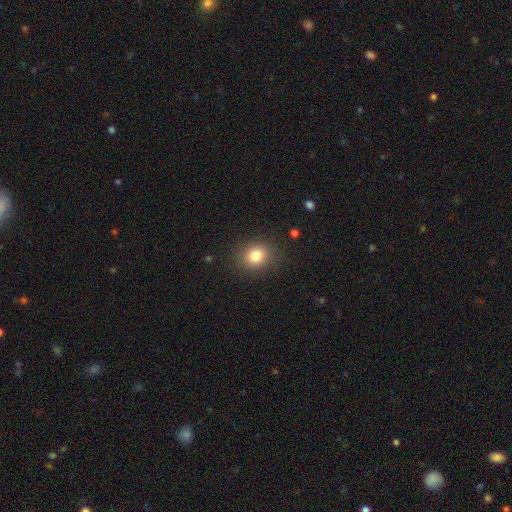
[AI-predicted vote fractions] Smooth or featured? smooth (82%)
How rounded? round (75%)
Merging? none (87%)